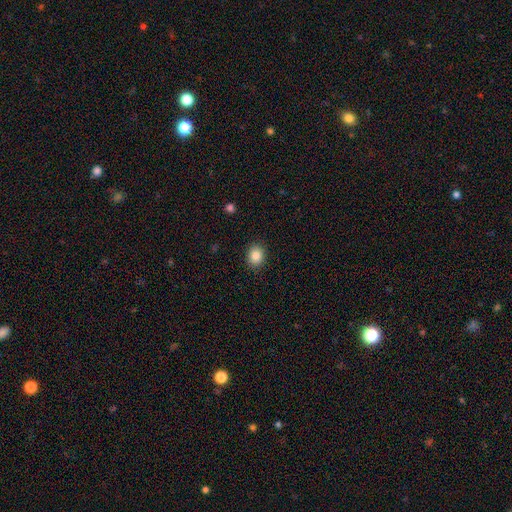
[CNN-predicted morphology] A smooth galaxy with no disk features (85%) that is round (55%).

Vote fractions:
- Smooth or featured? smooth: 85% / star or artifact: 9% / featured or disk: 5%
- How rounded? round: 55% / in between: 44% / cigar-shaped: 1%
- Merging? none: 90% / minor disturbance: 7% / major disturbance: 2% / merger: 1%